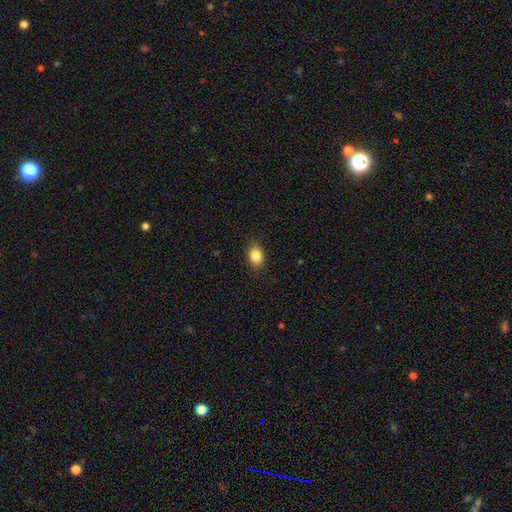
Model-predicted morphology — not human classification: A smooth galaxy with no disk features (86%) that is in between round and cigar-shaped (74%). Merging: none (87%).